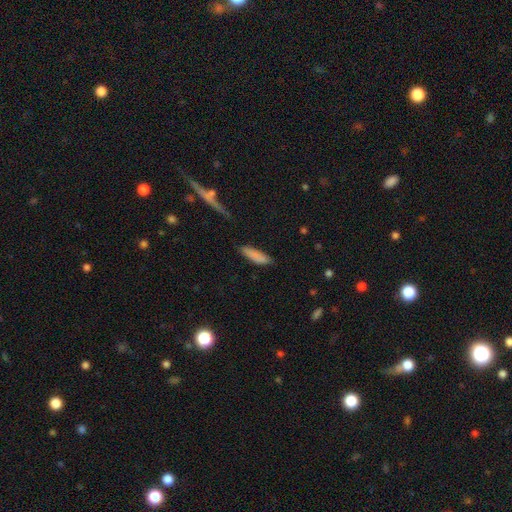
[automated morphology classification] This appears to be a smooth galaxy with no disk features (85%) that is cigar-shaped (56%). Merging: none (78%).